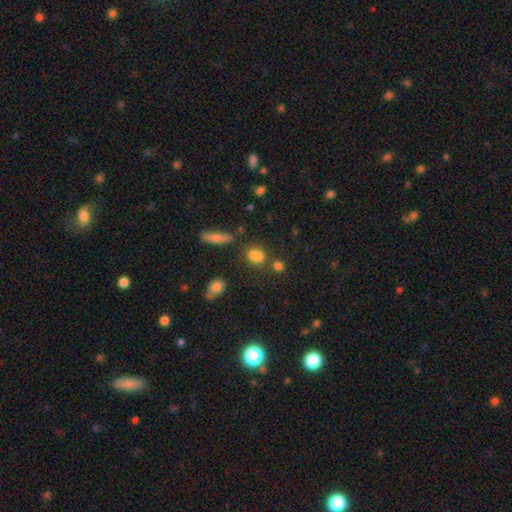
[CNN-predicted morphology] This appears to be a smooth galaxy with no disk features (72%) that is round (55%). Merging: none (49%).